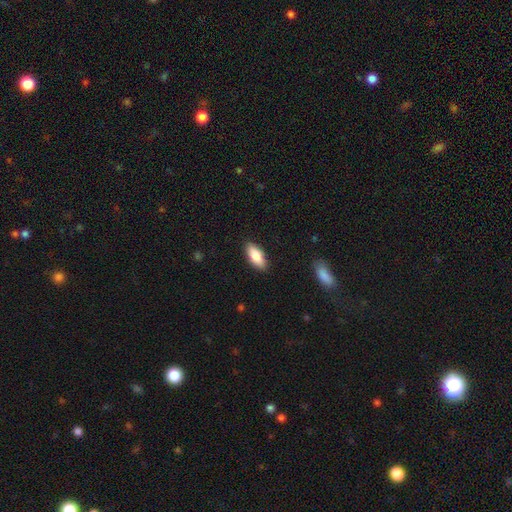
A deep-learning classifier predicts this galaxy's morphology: A smooth galaxy with no disk features (82%) that is in between round and cigar-shaped (82%). Merging: none (88%).